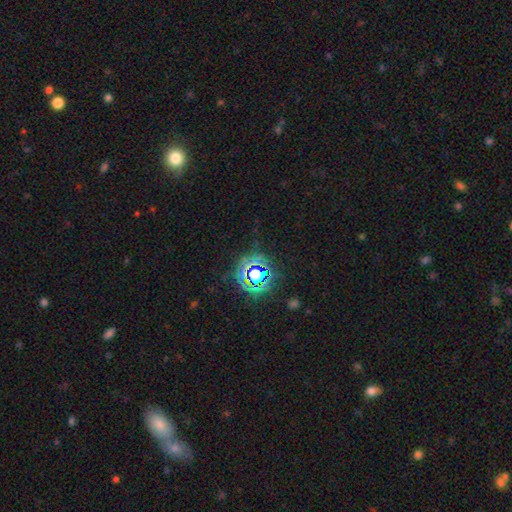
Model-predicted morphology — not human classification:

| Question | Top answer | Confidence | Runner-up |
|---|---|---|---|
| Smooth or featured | star or artifact | 79% | smooth (12%) |